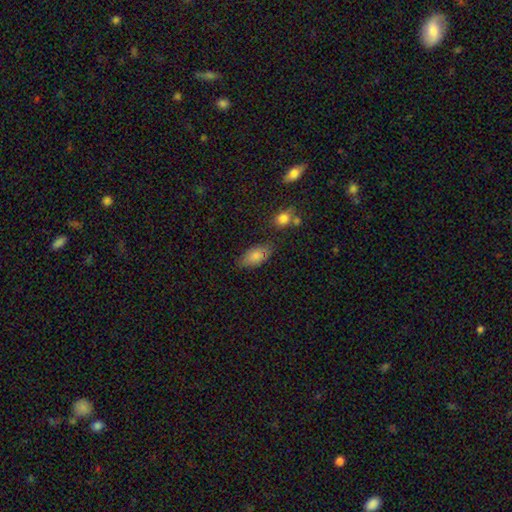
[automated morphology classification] smooth_or_featured: smooth (p=0.77) [alt: featured or disk p=0.14]
how_rounded: in between (p=0.88) [alt: cigar-shaped p=0.07]
merging: none (p=0.76) [alt: minor disturbance p=0.17]